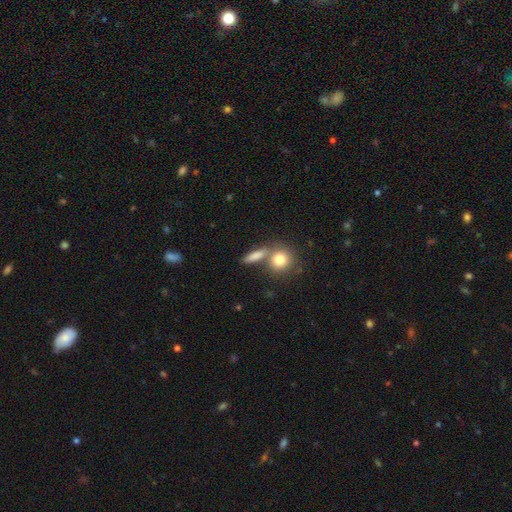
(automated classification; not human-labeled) Smooth or featured?
  - smooth: 80% *
  - featured or disk: 12%
  - star or artifact: 8%
How rounded?
  - in between: 43% *
  - cigar-shaped: 32%
  - round: 25%
Merging?
  - none: 57% *
  - merger: 27%
  - minor disturbance: 11%
  - major disturbance: 5%